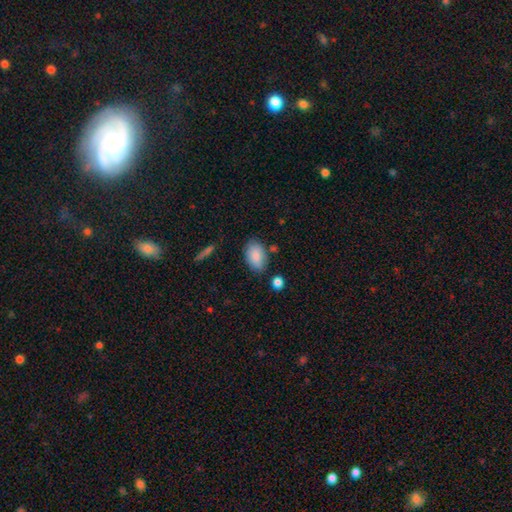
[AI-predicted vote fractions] This is clearly a smooth galaxy (86%). How rounded: clearly in between (90%). Merging: likely none (75%).